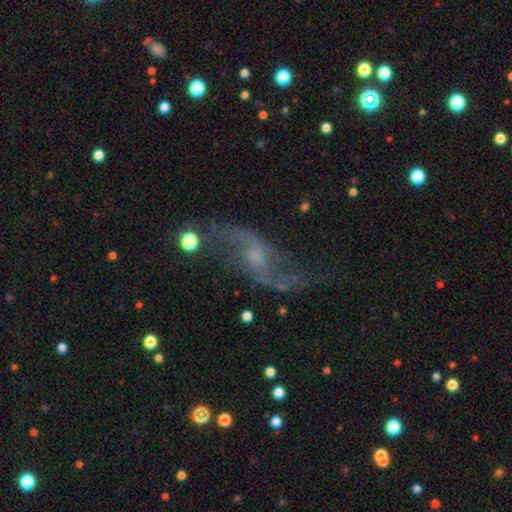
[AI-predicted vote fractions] smooth_or_featured: featured or disk (p=0.86) [alt: star or artifact p=0.07]
disk_edge_on: no (p=0.95) [alt: yes p=0.05]
bar: no (p=0.49) [alt: weak p=0.40]
has_spiral_arms: yes (p=0.95) [alt: no p=0.05]
spiral_winding: loose (p=0.86) [alt: medium p=0.12]
spiral_arm_count: 2 (p=0.93) [alt: can't tell p=0.02]
bulge_size: small (p=0.48) [alt: moderate p=0.31]
merging: none (p=0.68) [alt: minor disturbance p=0.16]